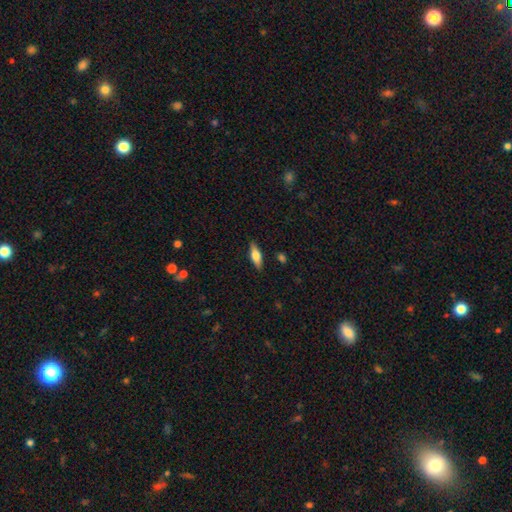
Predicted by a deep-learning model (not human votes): Smooth or featured: smooth — 57% (featured or disk — 36%)
How rounded: in between — 59% (cigar-shaped — 38%)
Merging: none — 86% (minor disturbance — 10%)